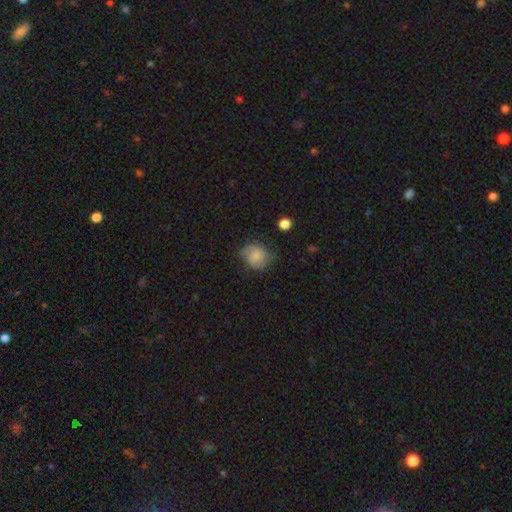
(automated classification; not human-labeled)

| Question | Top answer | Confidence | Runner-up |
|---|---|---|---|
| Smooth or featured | smooth | 65% | featured or disk (26%) |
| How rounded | round | 70% | in between (29%) |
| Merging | none | 63% | minor disturbance (27%) |